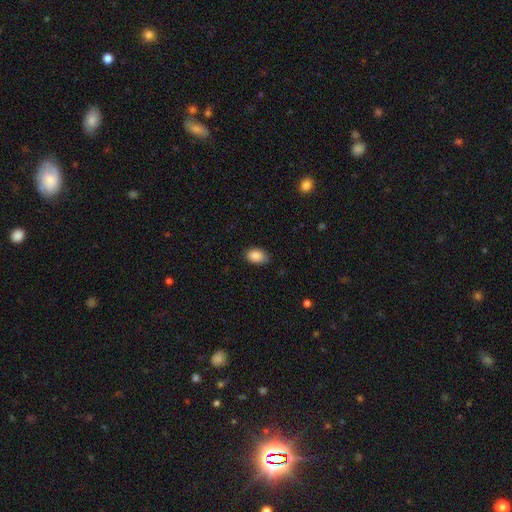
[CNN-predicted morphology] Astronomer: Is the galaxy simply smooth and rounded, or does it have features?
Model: smooth — 88%.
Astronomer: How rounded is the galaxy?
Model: in between — 85%.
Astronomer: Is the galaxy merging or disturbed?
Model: none — 81%.